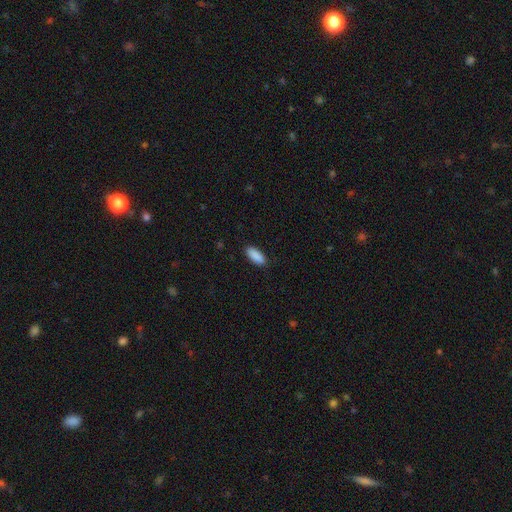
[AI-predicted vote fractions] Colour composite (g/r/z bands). It shows a smooth galaxy with no disk features (91%) that is in between round and cigar-shaped (74%). Merging: none (89%).